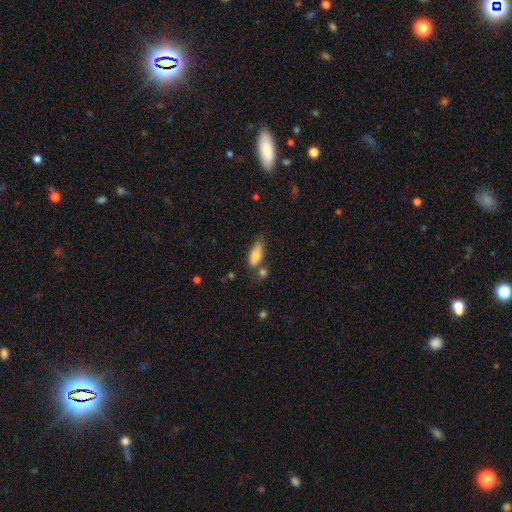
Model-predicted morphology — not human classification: Smooth or featured: smooth — 76% (featured or disk — 17%)
How rounded: in between — 74% (cigar-shaped — 23%)
Merging: none — 50% (minor disturbance — 25%)